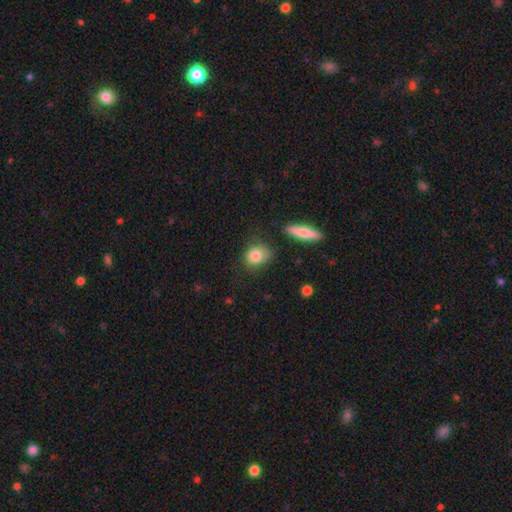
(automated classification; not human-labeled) Smooth or featured?
  - smooth: 82% *
  - featured or disk: 9%
  - star or artifact: 8%
How rounded?
  - round: 61% *
  - in between: 37%
  - cigar-shaped: 3%
Merging?
  - none: 70% *
  - minor disturbance: 20%
  - major disturbance: 6%
  - merger: 4%